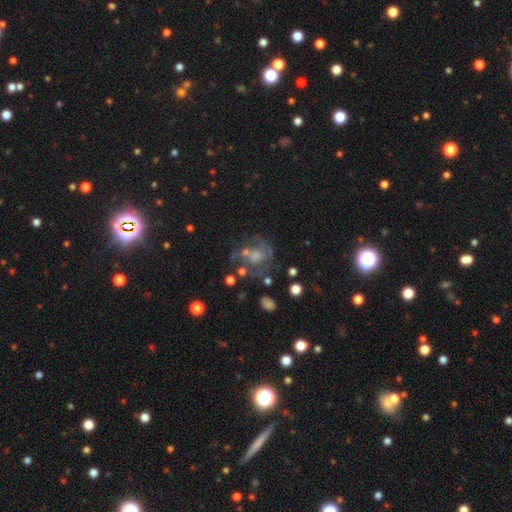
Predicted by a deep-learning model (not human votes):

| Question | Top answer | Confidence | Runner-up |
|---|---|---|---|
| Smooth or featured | featured or disk | 52% | smooth (24%) |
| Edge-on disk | no | 96% | yes (4%) |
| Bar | no | 76% | weak (19%) |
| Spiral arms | yes | 59% | no (41%) |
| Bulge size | moderate | 39% | small (37%) |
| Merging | none | 48% | major disturbance (21%) |